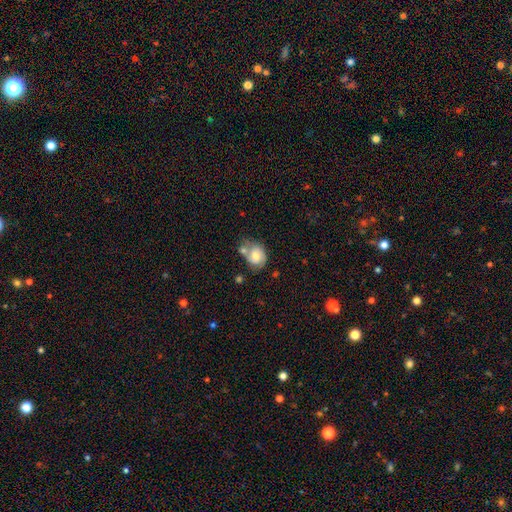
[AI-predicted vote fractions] A smooth galaxy with no disk features (54%) that is round (50%). Merging: none (38%).